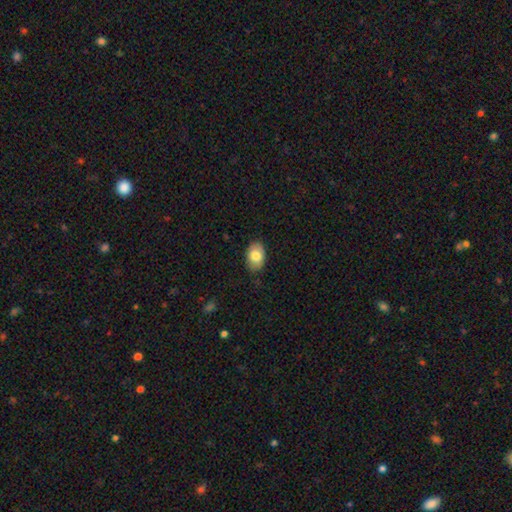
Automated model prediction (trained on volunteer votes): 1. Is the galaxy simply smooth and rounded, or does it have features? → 81% smooth, 13% featured or disk, 7% star or artifact.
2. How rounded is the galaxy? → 89% in between, 10% round, 1% cigar-shaped.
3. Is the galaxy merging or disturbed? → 83% none, 13% minor disturbance, 2% major disturbance, 1% merger.